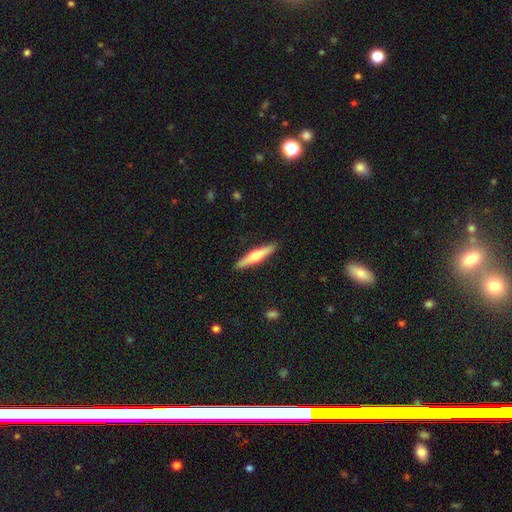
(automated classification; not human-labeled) A featured or disk galaxy (53%) viewed edge-on (96%) with a rounded central bulge (88%).

Vote fractions:
- Smooth or featured? featured or disk: 53% / smooth: 42% / star or artifact: 5%
- Edge-on disk? yes: 96% / no: 4%
- Edge-on bulge? rounded: 88% / none: 6% / boxy: 6%
- Merging? none: 91% / minor disturbance: 7% / major disturbance: 2% / merger: 1%